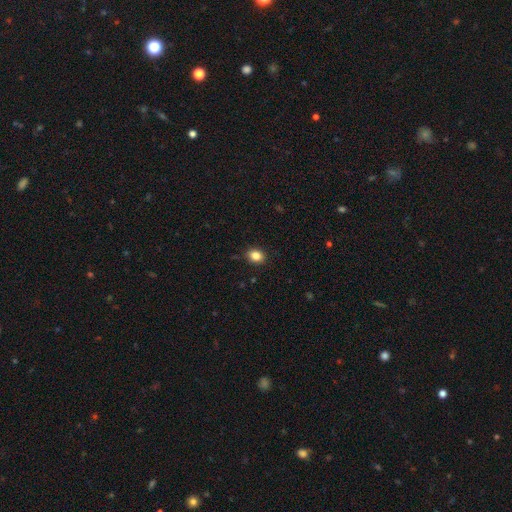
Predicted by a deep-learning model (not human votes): Smooth or featured? Predicted: smooth (p=0.85). How rounded? Predicted: in between (p=0.57). Merging? Predicted: none (p=0.89).